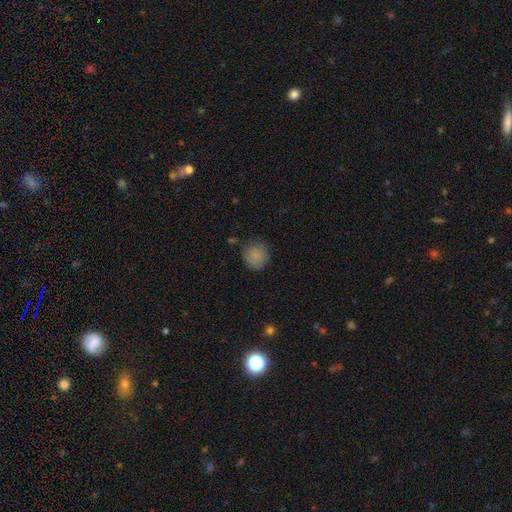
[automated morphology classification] Smooth or featured: smooth — 85% (star or artifact — 9%)
How rounded: round — 86% (in between — 13%)
Merging: none — 78% (minor disturbance — 16%)